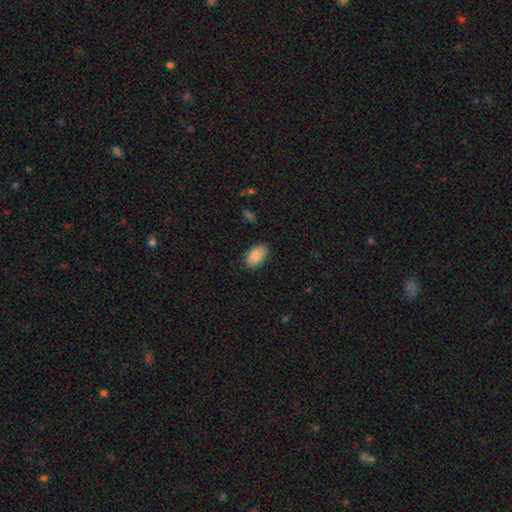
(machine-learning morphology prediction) Smooth or featured? smooth (88%)
How rounded? in between (93%)
Merging? none (86%)